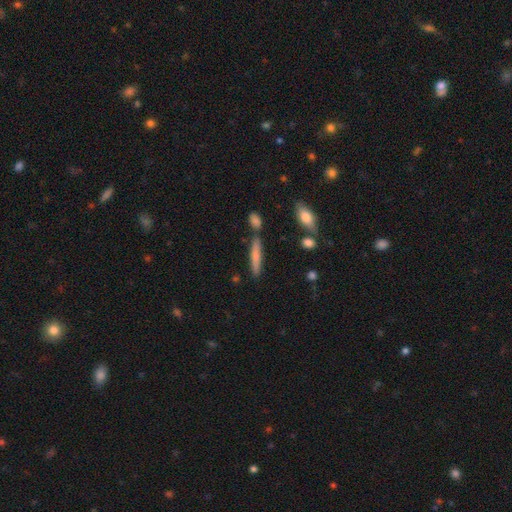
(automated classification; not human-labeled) smooth_or_featured: smooth (p=0.67) [alt: featured or disk p=0.26]
how_rounded: cigar-shaped (p=0.88) [alt: in between p=0.10]
merging: none (p=0.76) [alt: minor disturbance p=0.12]